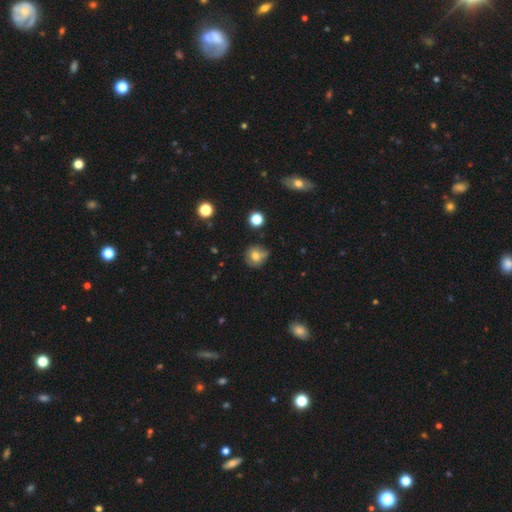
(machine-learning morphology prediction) smooth-or-featured: smooth: 68% | featured or disk: 20% | star or artifact: 12%
  how-rounded: round: 84% | in between: 15% | cigar-shaped: 1%
  merging: none: 64% | minor disturbance: 24% | major disturbance: 6% | merger: 5%